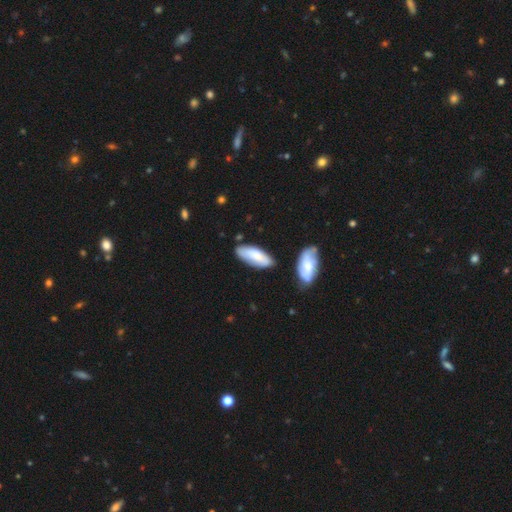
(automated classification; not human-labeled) A smooth galaxy with no disk features (75%) that is in between round and cigar-shaped (73%). Merging: none (68%).